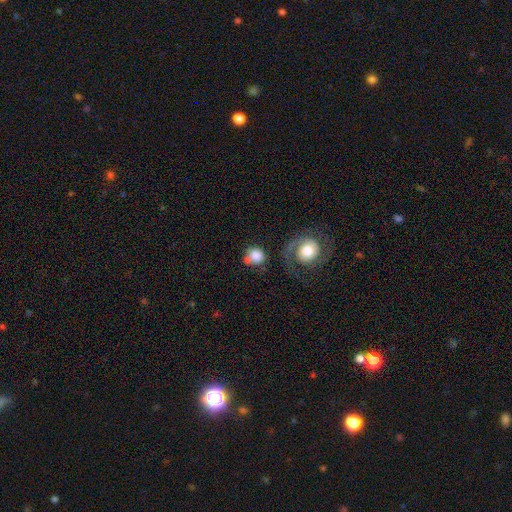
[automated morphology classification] Smooth or featured? Predicted: smooth (p=0.77). How rounded? Predicted: round (p=0.84). Merging? Predicted: none (p=0.50).